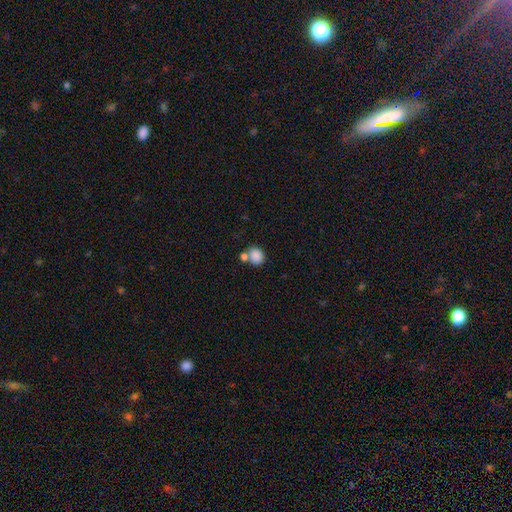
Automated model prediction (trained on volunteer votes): This is clearly a smooth galaxy (86%). How rounded: likely round (66%). Merging: possibly none (54%).